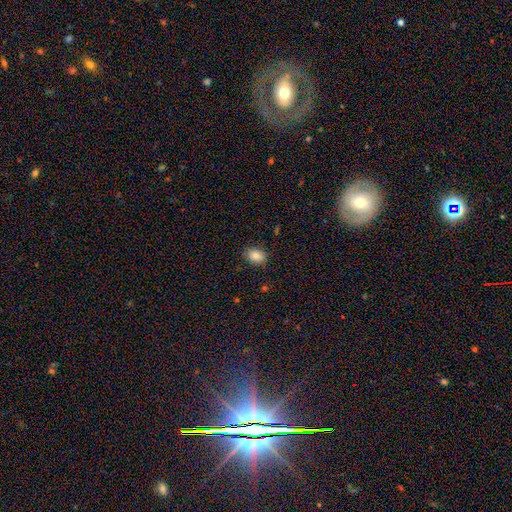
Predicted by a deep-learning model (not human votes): Smooth or featured? smooth (83%)
How rounded? in between (71%)
Merging? none (86%)